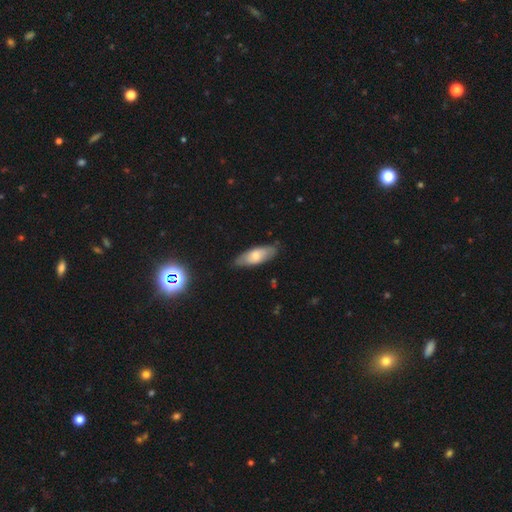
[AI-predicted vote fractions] smooth 67%, featured or disk 27%, star or artifact 6%. Down the decision tree: how rounded — in between (72%); merging — none (80%).